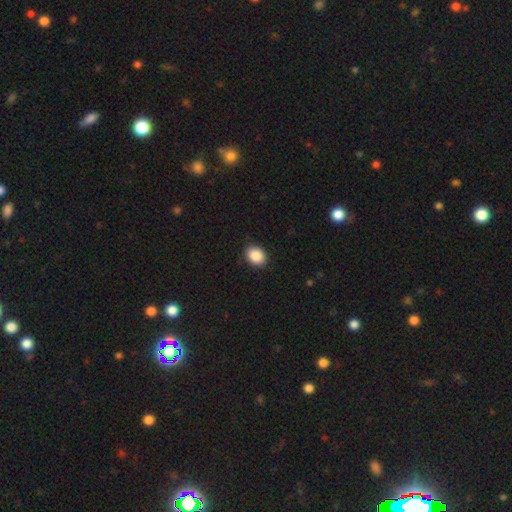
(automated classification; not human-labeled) A smooth galaxy with no disk features (89%) that is in between round and cigar-shaped (56%).

Vote fractions:
- Smooth or featured? smooth: 89% / star or artifact: 8% / featured or disk: 3%
- How rounded? in between: 56% / round: 43% / cigar-shaped: 1%
- Merging? none: 90% / minor disturbance: 7% / major disturbance: 2% / merger: 1%